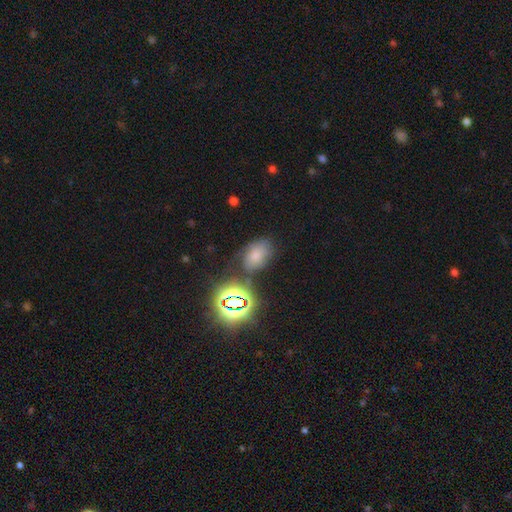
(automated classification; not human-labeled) Q: Smooth or featured?
A: star or artifact (46%); runner-up: smooth (38%)